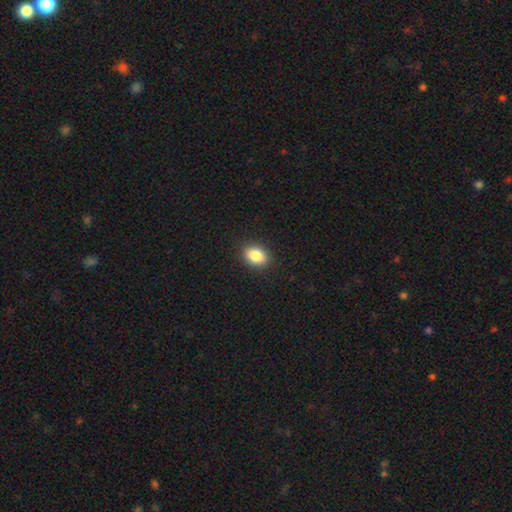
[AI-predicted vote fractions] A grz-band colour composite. It shows a smooth galaxy with no disk features (85%) that is in between round and cigar-shaped (76%). Merging: none (90%).